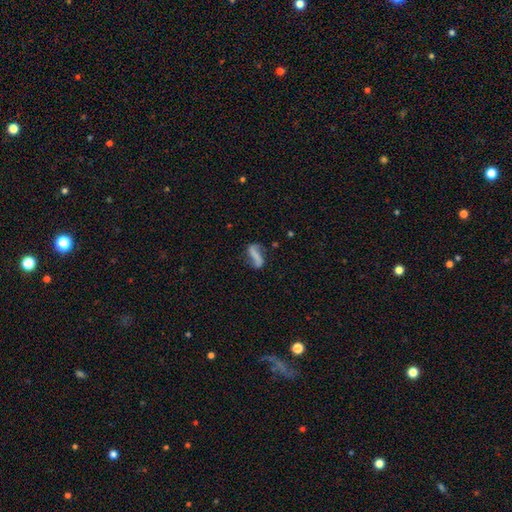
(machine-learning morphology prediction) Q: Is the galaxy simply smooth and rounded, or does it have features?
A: featured or disk — 67%.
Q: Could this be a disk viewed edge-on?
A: no — 95%.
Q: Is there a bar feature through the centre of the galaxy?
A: strong — 48%.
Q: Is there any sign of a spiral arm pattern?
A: yes — 88%.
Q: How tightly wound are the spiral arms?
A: loose — 76%.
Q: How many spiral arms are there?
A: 2 — 88%.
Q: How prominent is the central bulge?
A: none — 70%.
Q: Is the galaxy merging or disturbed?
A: none — 66%.